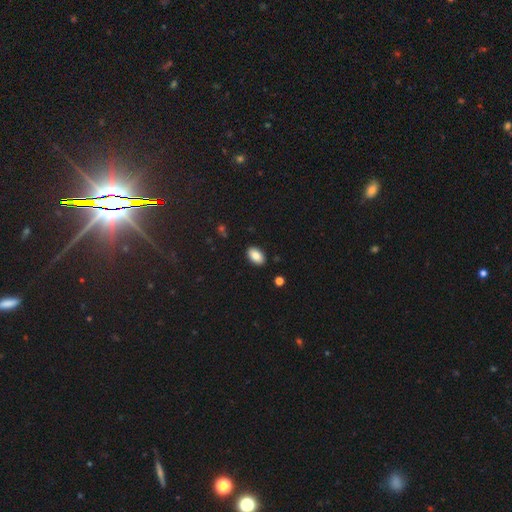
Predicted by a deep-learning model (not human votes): smooth-or-featured: smooth: 86% | star or artifact: 8% | featured or disk: 6%
  how-rounded: in between: 93% | round: 5% | cigar-shaped: 2%
  merging: none: 89% | minor disturbance: 8% | major disturbance: 2% | merger: 1%